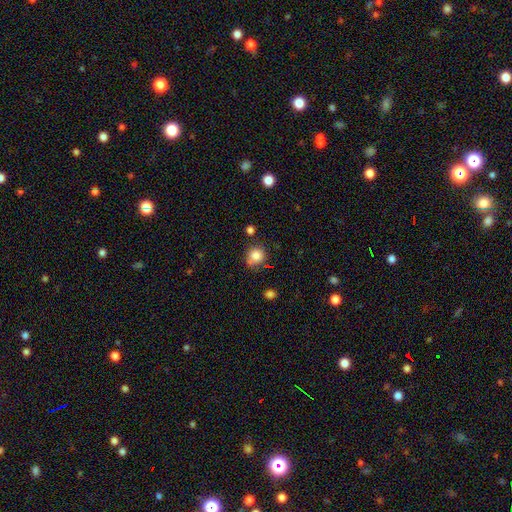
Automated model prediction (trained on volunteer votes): smooth-or-featured: smooth: 82% | star or artifact: 11% | featured or disk: 7%
  how-rounded: round: 85% | in between: 14% | cigar-shaped: 1%
  merging: none: 65% | minor disturbance: 19% | merger: 11% | major disturbance: 5%